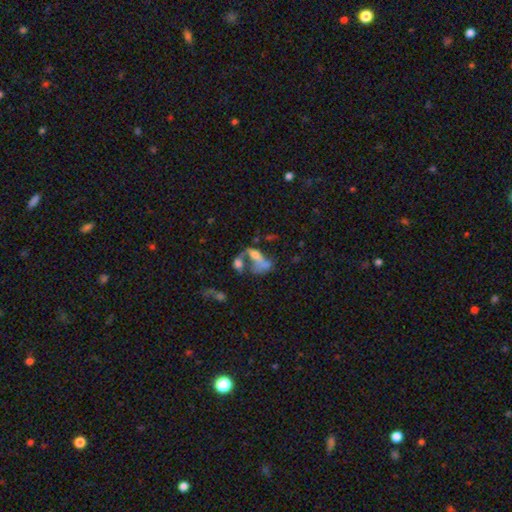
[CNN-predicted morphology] Smooth or featured? Predicted: smooth (p=0.44). Merging? Predicted: merger (p=0.49).